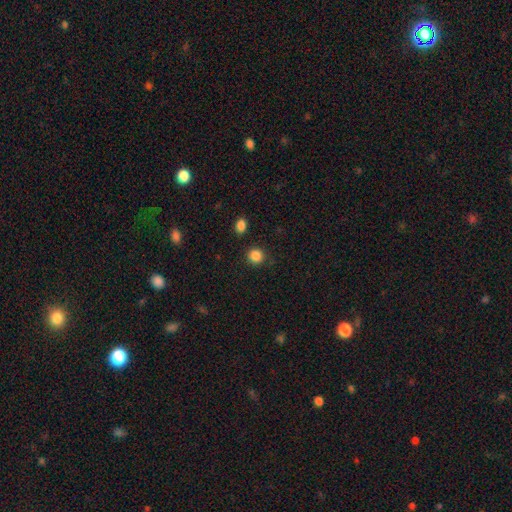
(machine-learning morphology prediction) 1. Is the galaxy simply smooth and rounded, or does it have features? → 87% smooth, 10% star or artifact, 3% featured or disk.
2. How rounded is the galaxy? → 90% round, 9% in between, 1% cigar-shaped.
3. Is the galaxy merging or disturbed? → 89% none, 6% minor disturbance, 2% merger, 2% major disturbance.